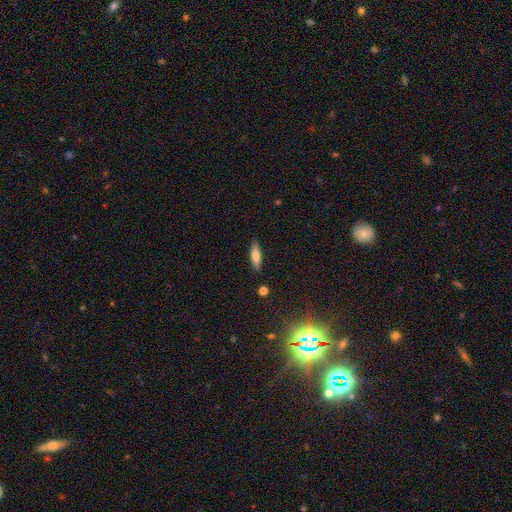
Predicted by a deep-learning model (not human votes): smooth_or_featured: smooth (p=0.73) [alt: featured or disk p=0.20]
how_rounded: cigar-shaped (p=0.57) [alt: in between p=0.41]
merging: none (p=0.86) [alt: minor disturbance p=0.10]